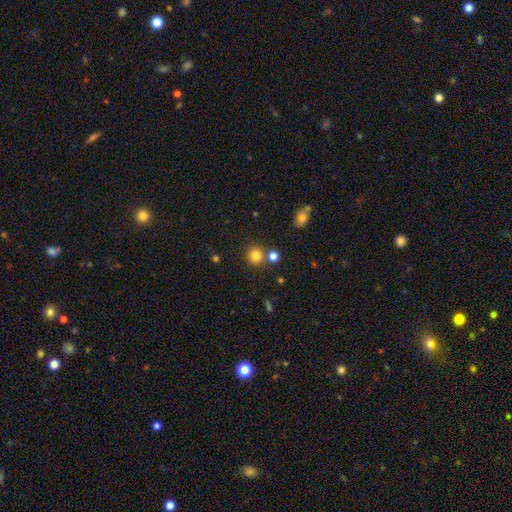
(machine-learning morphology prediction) A smooth galaxy with no disk features (81%) that is round (89%). Merging: none (74%).